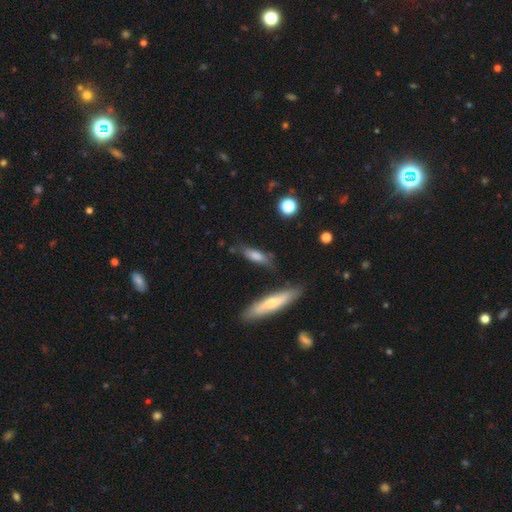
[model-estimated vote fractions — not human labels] This is likely a smooth galaxy (63%). How rounded: likely cigar-shaped (67%). Merging: likely none (71%).